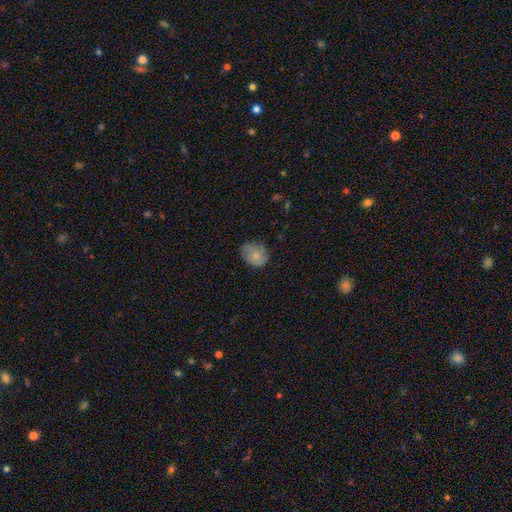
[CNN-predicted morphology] This is likely a smooth galaxy (64%). How rounded: likely round (61%). Merging: likely none (67%).